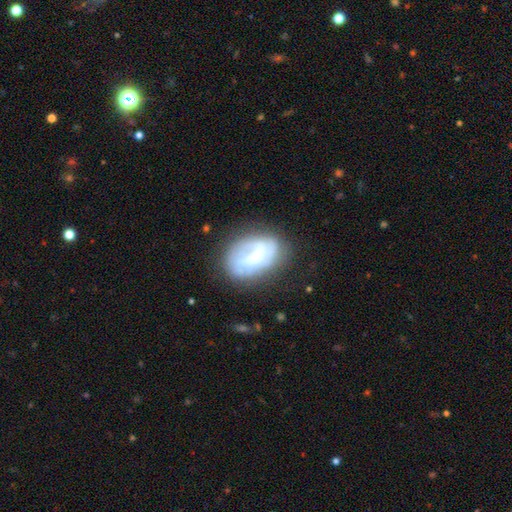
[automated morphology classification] This appears to be a featured or disk galaxy (57%) with a strong bar (43%), no spiral arms (52%) and a small central bulge (33%). Merging: none (57%).